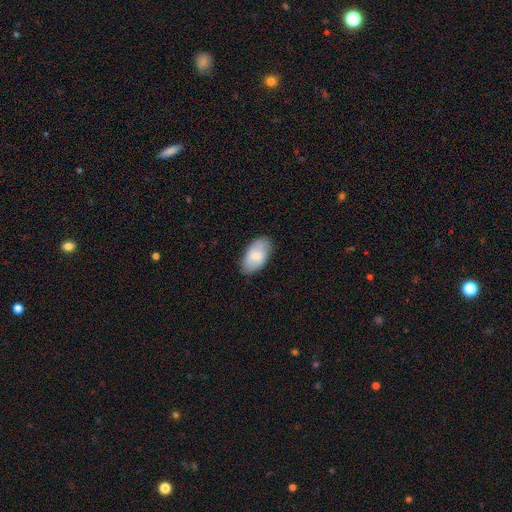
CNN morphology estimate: smooth-or-featured: smooth: 76% | featured or disk: 18% | star or artifact: 6%
  how-rounded: in between: 95% | round: 3% | cigar-shaped: 2%
  merging: none: 82% | minor disturbance: 15% | major disturbance: 3% | merger: 1%